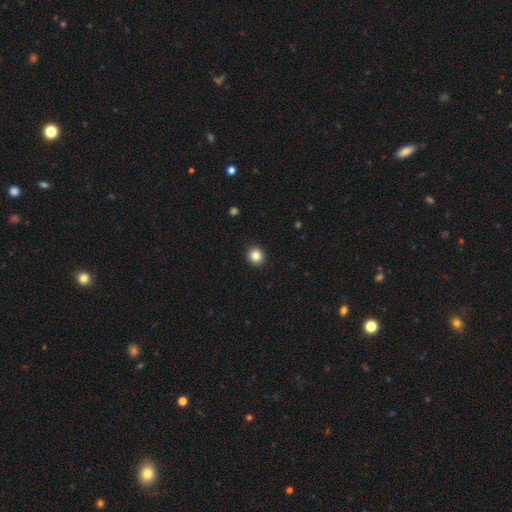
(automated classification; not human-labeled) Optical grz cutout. It shows a smooth galaxy with no disk features (84%) that is round (89%). Merging: none (93%).